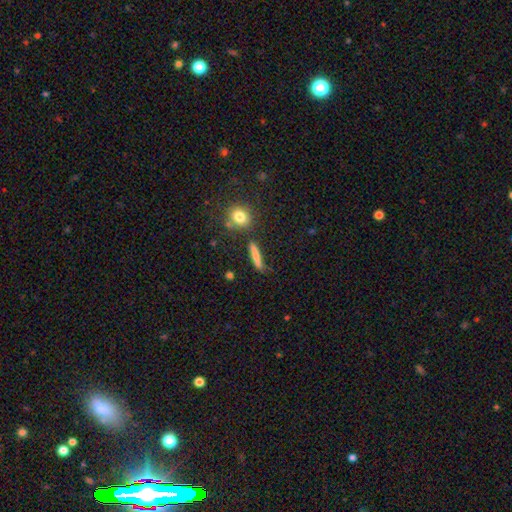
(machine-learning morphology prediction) Q: Smooth or featured?
A: smooth (74%); runner-up: featured or disk (17%)
Q: How rounded?
A: cigar-shaped (85%); runner-up: in between (10%)
Q: Merging?
A: none (71%); runner-up: minor disturbance (17%)